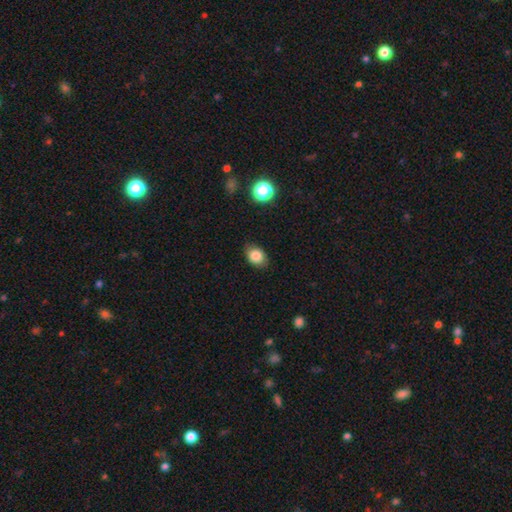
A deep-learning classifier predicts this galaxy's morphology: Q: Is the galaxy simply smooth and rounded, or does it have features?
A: smooth — 83%.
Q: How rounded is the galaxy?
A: in between — 70%.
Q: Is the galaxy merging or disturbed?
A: none — 79%.